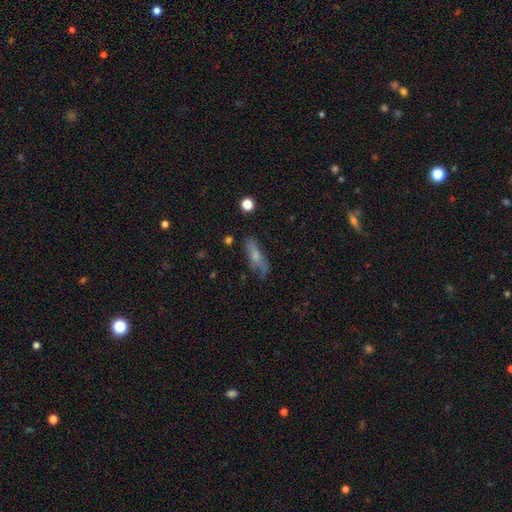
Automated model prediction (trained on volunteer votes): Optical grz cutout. It shows a smooth galaxy with no disk features (57%) that is cigar-shaped (57%). Merging: none (65%).